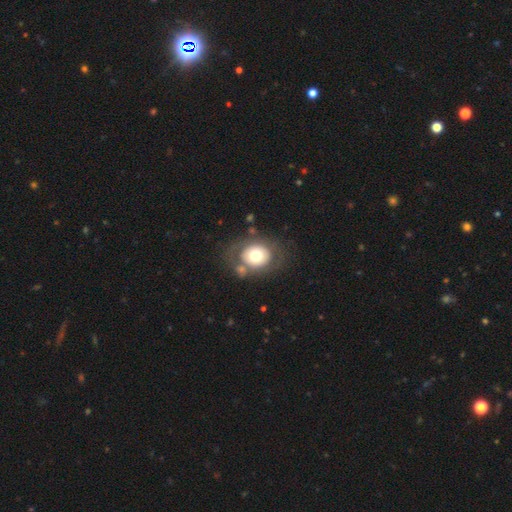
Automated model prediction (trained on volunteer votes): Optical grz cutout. It shows a smooth galaxy with no disk features (60%) that is round (66%). Merging: none (65%).